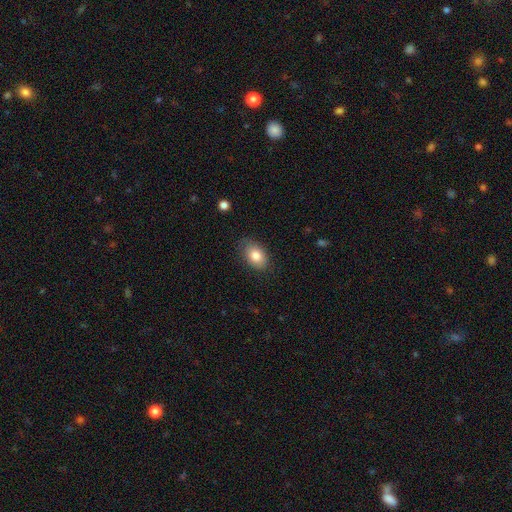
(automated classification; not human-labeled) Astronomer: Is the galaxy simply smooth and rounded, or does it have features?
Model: smooth — 82%.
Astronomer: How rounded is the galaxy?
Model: in between — 85%.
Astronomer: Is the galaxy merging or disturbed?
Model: none — 79%.